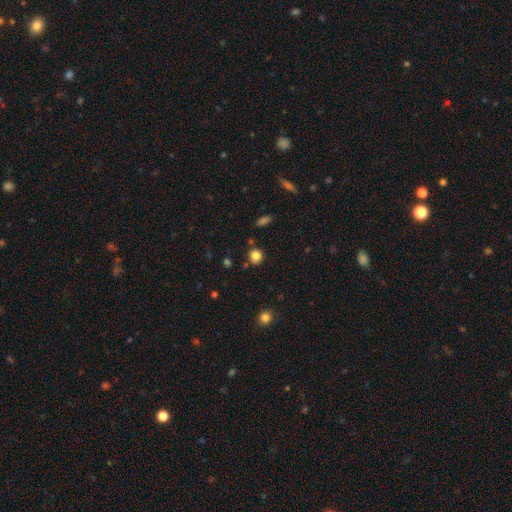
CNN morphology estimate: Q: Smooth or featured?
A: smooth (83%); runner-up: star or artifact (12%)
Q: How rounded?
A: round (85%); runner-up: in between (14%)
Q: Merging?
A: none (81%); runner-up: minor disturbance (11%)